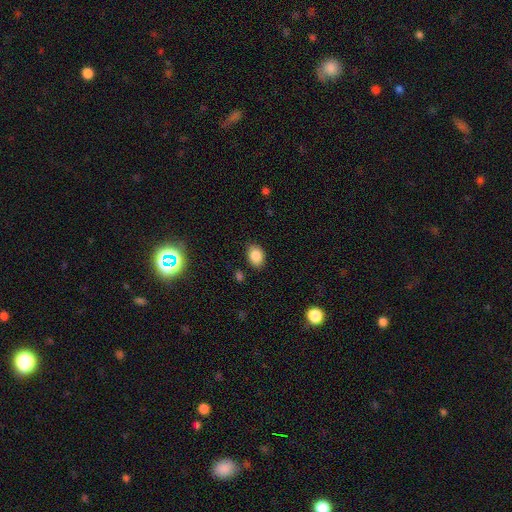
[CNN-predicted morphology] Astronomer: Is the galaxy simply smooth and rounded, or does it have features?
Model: smooth — 86%.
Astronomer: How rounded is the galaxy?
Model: in between — 71%.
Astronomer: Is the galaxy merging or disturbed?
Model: none — 85%.